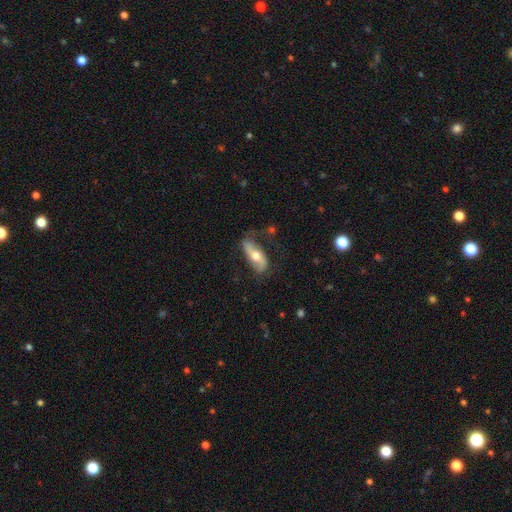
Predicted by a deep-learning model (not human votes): Smooth or featured: featured or disk — 60% (smooth — 34%)
Edge-on disk: no — 79% (yes — 21%)
Merging: none — 63% (minor disturbance — 24%)